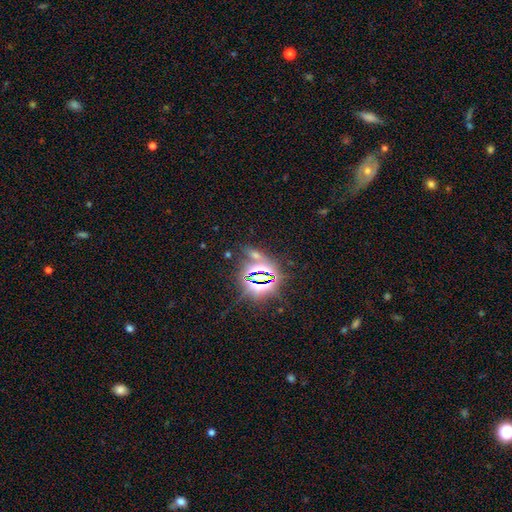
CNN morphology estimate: smooth-or-featured: star or artifact: 64% | smooth: 27% | featured or disk: 9%